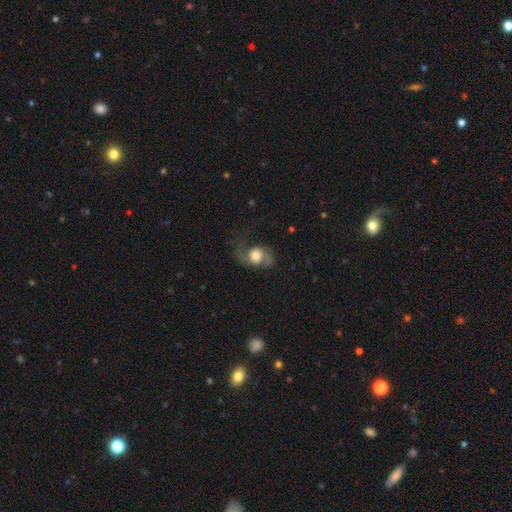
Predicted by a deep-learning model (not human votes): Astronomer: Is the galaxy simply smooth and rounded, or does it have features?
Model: featured or disk — 55% (runner-up: smooth, 37%).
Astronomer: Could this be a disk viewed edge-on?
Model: no — 96%.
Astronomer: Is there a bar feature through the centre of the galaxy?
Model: no — 73%.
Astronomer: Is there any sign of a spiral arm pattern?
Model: yes — 87%.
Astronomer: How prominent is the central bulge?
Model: moderate — 49% (runner-up: large, 36%).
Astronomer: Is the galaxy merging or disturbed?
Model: none — 48% (runner-up: major disturbance, 27%).